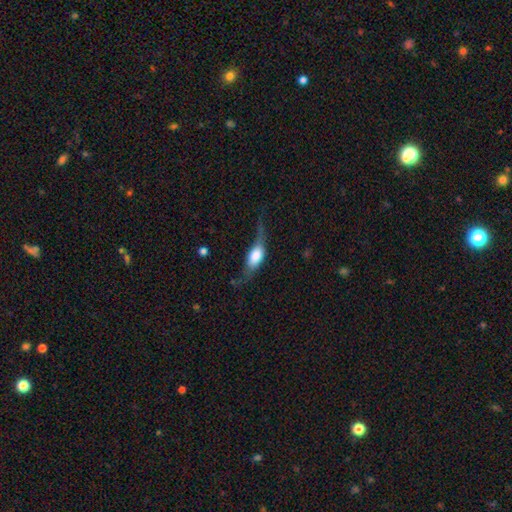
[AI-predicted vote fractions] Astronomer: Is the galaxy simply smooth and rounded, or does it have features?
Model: smooth — 49% (runner-up: featured or disk, 43%).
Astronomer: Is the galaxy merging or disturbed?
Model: none — 37% (runner-up: major disturbance, 31%).